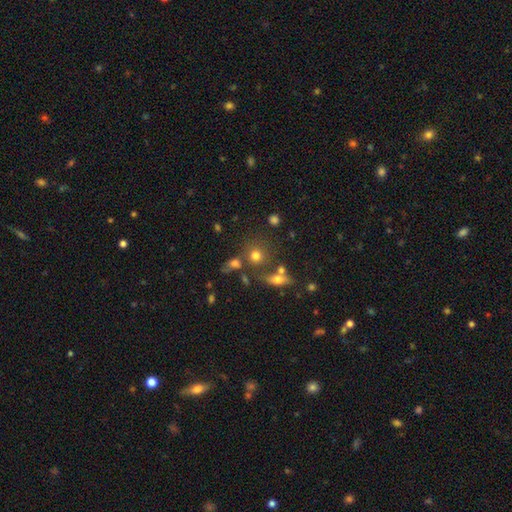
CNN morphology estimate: A smooth galaxy with no disk features (74%) that is round (83%). Merging: none (61%).